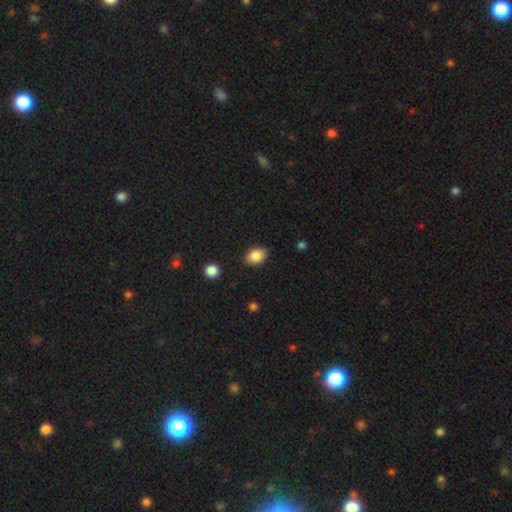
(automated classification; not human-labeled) Smooth or featured: smooth — 86% (star or artifact — 8%)
How rounded: in between — 69% (round — 30%)
Merging: none — 86% (minor disturbance — 10%)